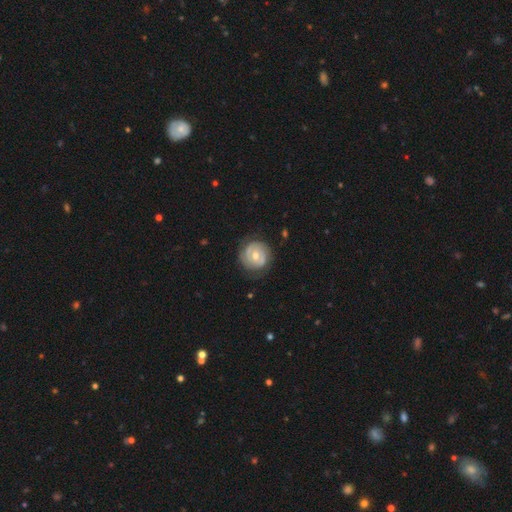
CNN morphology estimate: A featured or disk galaxy (63%) with no bar (62%), spiral arms (65%) and a moderate central bulge (74%).

Vote fractions:
- Smooth or featured? featured or disk: 63% / smooth: 32% / star or artifact: 5%
- Edge-on disk? no: 97% / yes: 3%
- Bar? no: 62% / weak: 29% / strong: 8%
- Spiral arms? yes: 65% / no: 35%
- Bulge size? moderate: 74% / small: 21% / large: 3% / none: 1% / dominant: 1%
- Merging? none: 78% / minor disturbance: 15% / major disturbance: 6% / merger: 1%